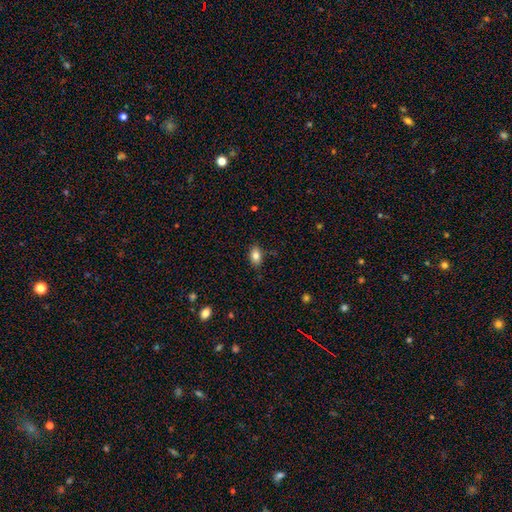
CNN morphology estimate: Smooth or featured: smooth — 82% (featured or disk — 9%)
How rounded: in between — 88% (round — 10%)
Merging: none — 85% (minor disturbance — 12%)